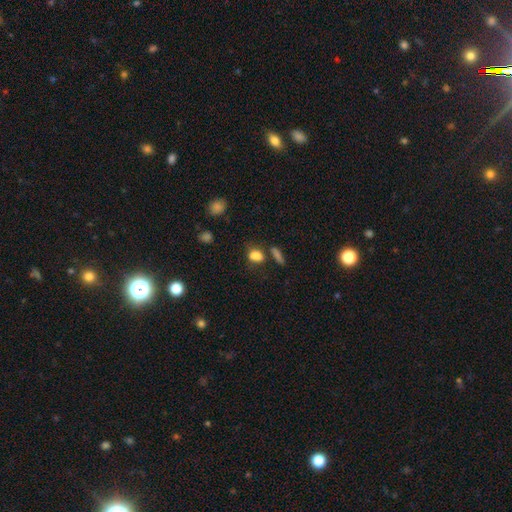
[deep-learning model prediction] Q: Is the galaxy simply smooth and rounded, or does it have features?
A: smooth — 80%.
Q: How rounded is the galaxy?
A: in between — 72%.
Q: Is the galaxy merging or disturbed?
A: none — 55%.